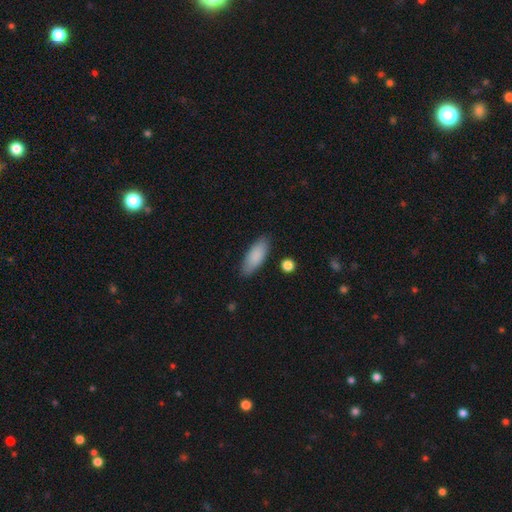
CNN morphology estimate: Overall: smooth (87%). How rounded: in between (76%). Merging: none (83%).